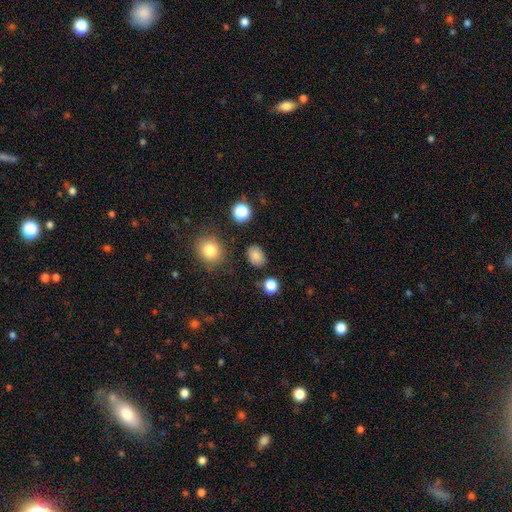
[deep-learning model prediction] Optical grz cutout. It shows a smooth galaxy with no disk features (83%) that is in between round and cigar-shaped (62%). Merging: none (84%).